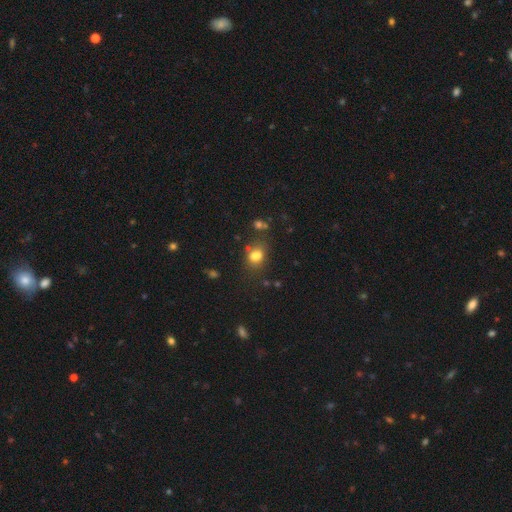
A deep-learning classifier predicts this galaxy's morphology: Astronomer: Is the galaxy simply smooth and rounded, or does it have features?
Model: smooth — 74%.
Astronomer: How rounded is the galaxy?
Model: in between — 57% (runner-up: round, 41%).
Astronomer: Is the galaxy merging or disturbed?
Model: none — 56%.